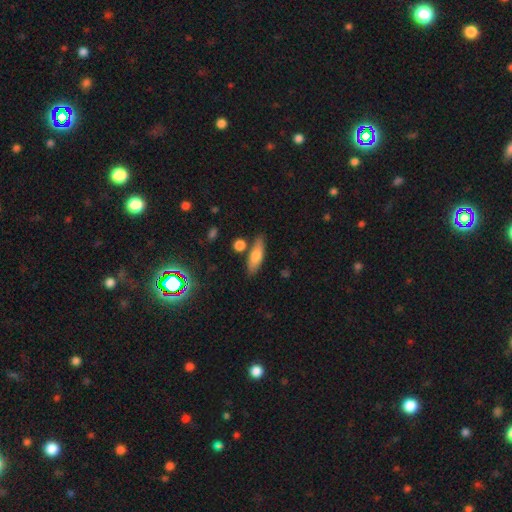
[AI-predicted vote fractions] smooth-or-featured: smooth: 71% | featured or disk: 21% | star or artifact: 8%
  how-rounded: in between: 54% | cigar-shaped: 43% | round: 4%
  merging: none: 77% | minor disturbance: 12% | merger: 8% | major disturbance: 3%